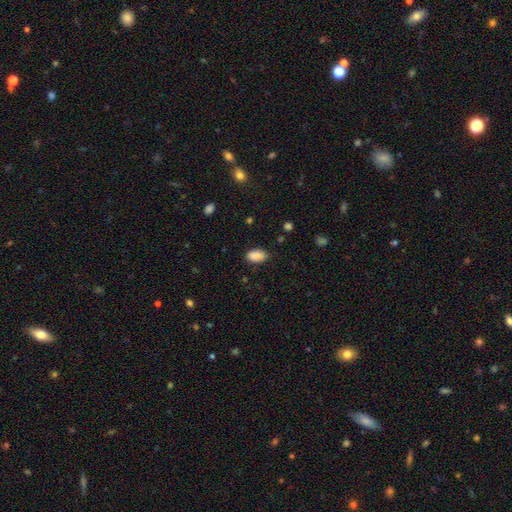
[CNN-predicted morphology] smooth 89%, star or artifact 8%, featured or disk 3%. Down the decision tree: how rounded — in between (93%); merging — none (80%).